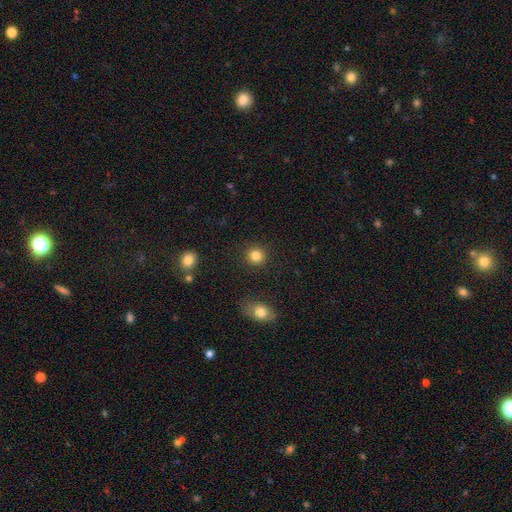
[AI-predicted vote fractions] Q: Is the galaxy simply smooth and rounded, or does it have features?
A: smooth — 85%.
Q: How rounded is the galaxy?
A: round — 89%.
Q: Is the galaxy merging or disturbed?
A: none — 90%.